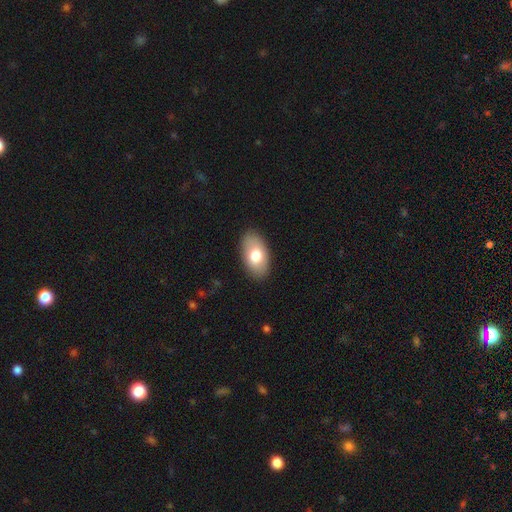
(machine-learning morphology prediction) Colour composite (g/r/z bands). It shows a smooth galaxy with no disk features (75%) that is in between round and cigar-shaped (94%). Merging: none (87%).